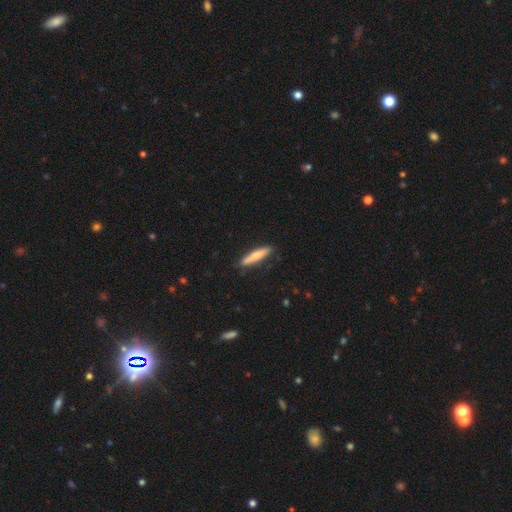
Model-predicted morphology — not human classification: type=smooth (72%); roundness=cigar-shaped (89%); merging=none (87%).